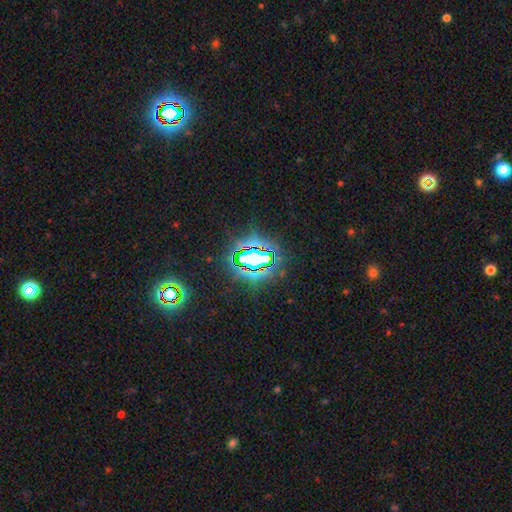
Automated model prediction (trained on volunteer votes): This appears to be a star or artifact, not a galaxy (76%).